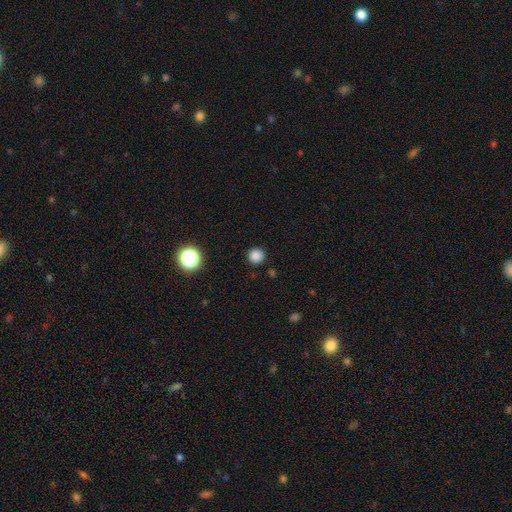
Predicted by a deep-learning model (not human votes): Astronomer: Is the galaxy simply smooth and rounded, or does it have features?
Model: smooth — 84%.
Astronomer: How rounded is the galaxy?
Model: round — 95%.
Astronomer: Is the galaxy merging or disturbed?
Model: none — 91%.